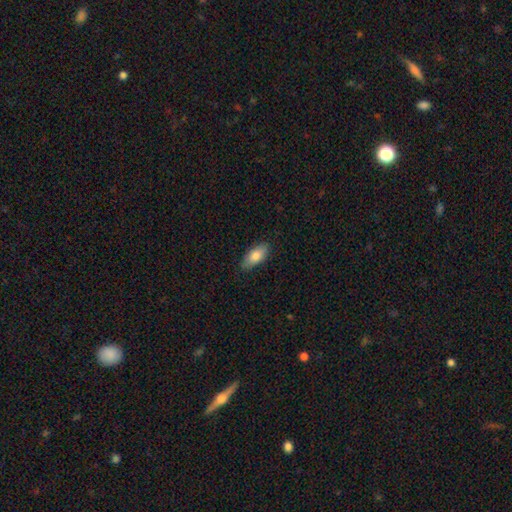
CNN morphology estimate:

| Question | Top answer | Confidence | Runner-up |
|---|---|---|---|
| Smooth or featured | smooth | 80% | featured or disk (13%) |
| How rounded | in between | 87% | cigar-shaped (10%) |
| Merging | none | 85% | minor disturbance (12%) |